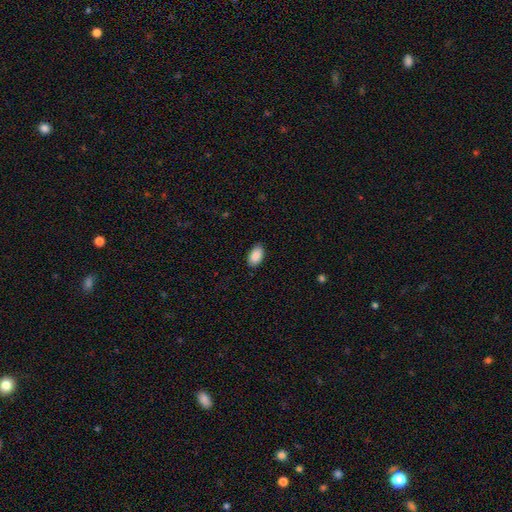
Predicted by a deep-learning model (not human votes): smooth_or_featured: smooth (p=0.90) [alt: star or artifact p=0.06]
how_rounded: in between (p=0.94) [alt: round p=0.05]
merging: none (p=0.87) [alt: minor disturbance p=0.10]